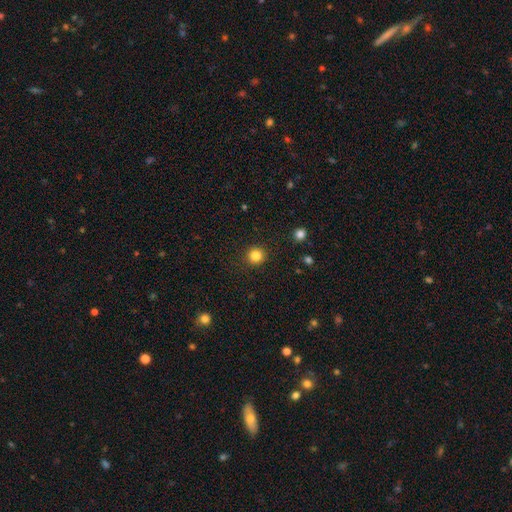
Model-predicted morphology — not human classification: smooth_or_featured: smooth (p=0.84) [alt: star or artifact p=0.12]
how_rounded: round (p=0.92) [alt: in between p=0.07]
merging: none (p=0.91) [alt: minor disturbance p=0.06]